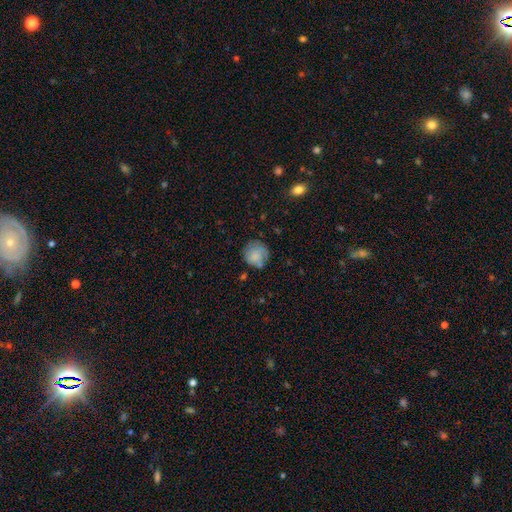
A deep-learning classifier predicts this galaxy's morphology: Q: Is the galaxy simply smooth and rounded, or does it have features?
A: smooth — 71%.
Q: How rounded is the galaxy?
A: round — 83%.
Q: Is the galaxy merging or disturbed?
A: none — 62%.